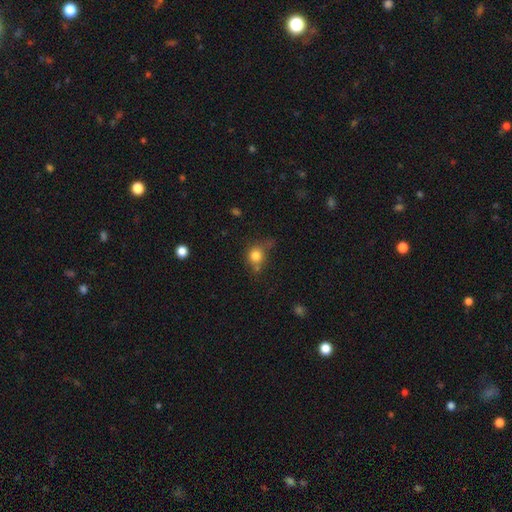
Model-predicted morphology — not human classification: smooth-or-featured: smooth: 79% | star or artifact: 12% | featured or disk: 9%
  how-rounded: round: 82% | in between: 17% | cigar-shaped: 1%
  merging: none: 54% | minor disturbance: 25% | merger: 12% | major disturbance: 10%